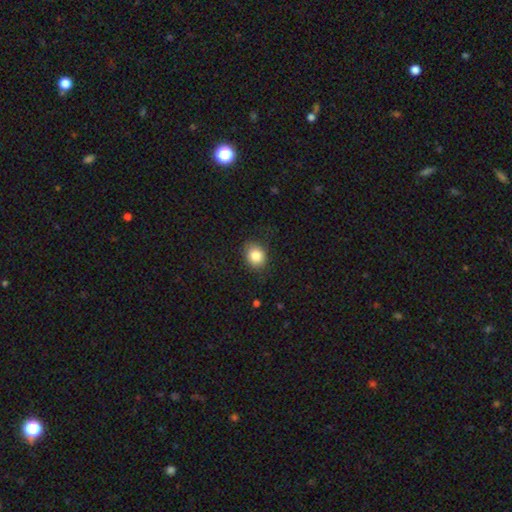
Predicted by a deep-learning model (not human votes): smooth 84%, star or artifact 9%, featured or disk 6%. Down the decision tree: how rounded — round (58%); merging — none (81%).